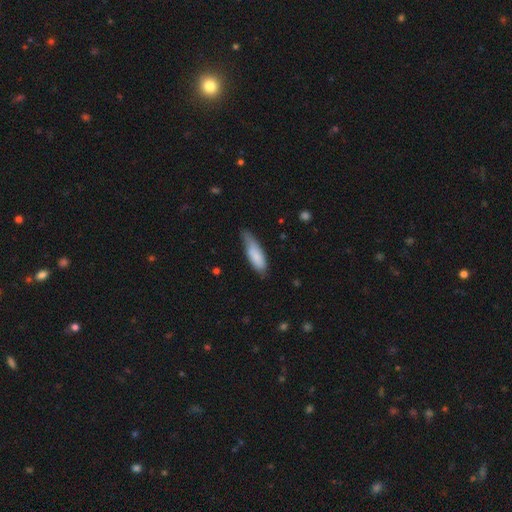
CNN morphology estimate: Smooth or featured? Predicted: smooth (p=0.82). How rounded? Predicted: cigar-shaped (p=0.50). Merging? Predicted: none (p=0.46).